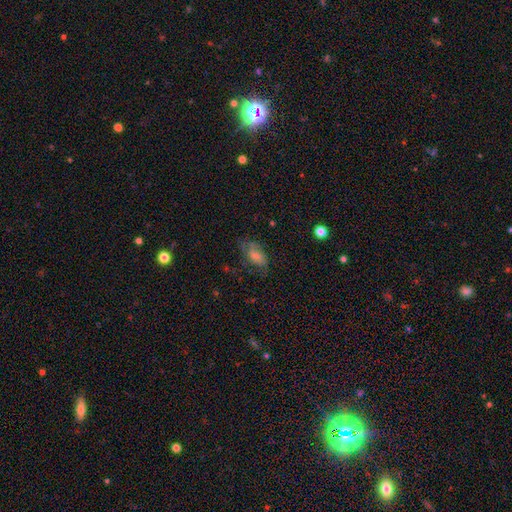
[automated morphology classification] Smooth or featured?
  - smooth: 62% *
  - featured or disk: 28%
  - star or artifact: 10%
How rounded?
  - in between: 89% *
  - round: 6%
  - cigar-shaped: 5%
Merging?
  - none: 49% *
  - minor disturbance: 28%
  - major disturbance: 21%
  - merger: 3%